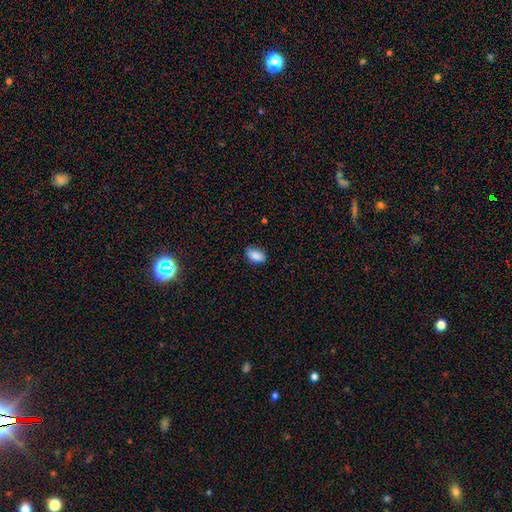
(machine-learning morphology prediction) This is clearly a smooth galaxy (88%). How rounded: clearly in between (90%). Merging: clearly none (82%).